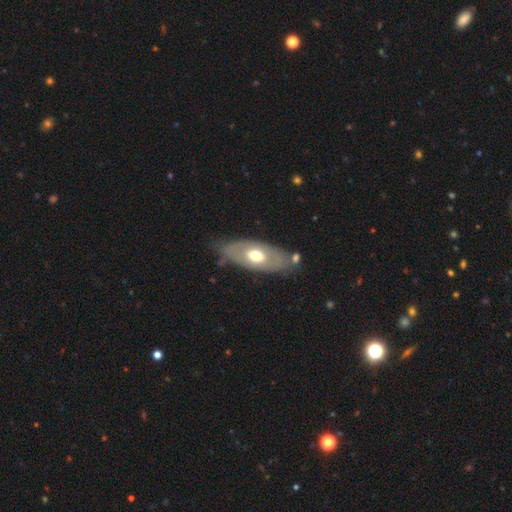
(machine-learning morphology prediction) Overall: featured or disk (47%, tied with smooth). Merging: none (70%).